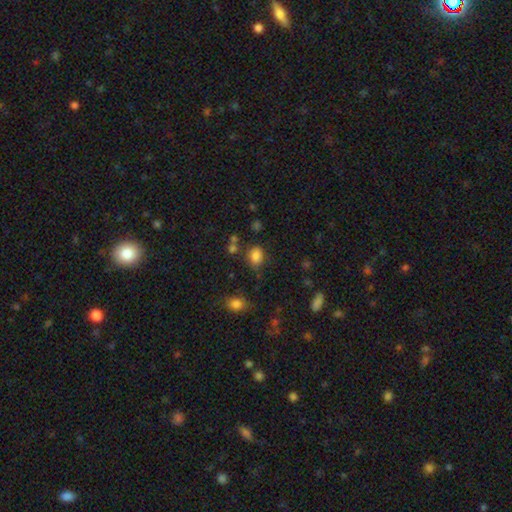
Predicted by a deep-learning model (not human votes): The model was most divided on "how rounded": in between: 67%, round: 32%, cigar-shaped: 1%. More confident: smooth or featured — smooth (82%); merging — none (64%).